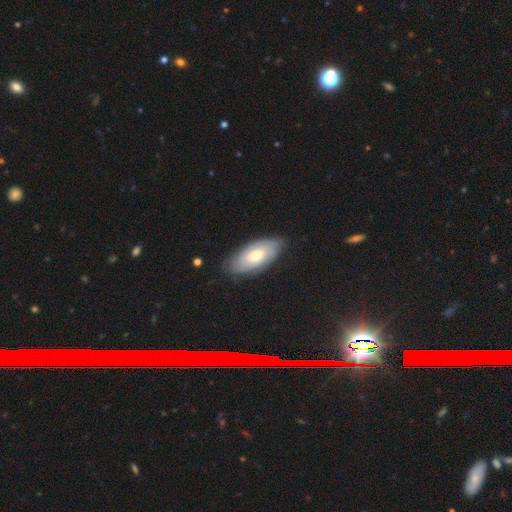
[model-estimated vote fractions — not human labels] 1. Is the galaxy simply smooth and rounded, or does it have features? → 48% featured or disk, 47% smooth, 5% star or artifact.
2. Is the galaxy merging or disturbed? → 78% none, 17% minor disturbance, 3% major disturbance, 1% merger.